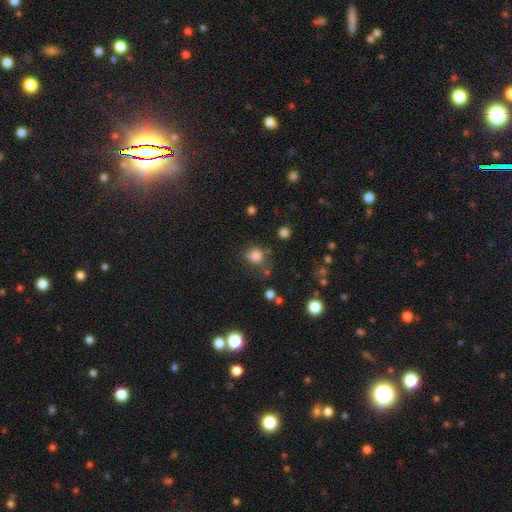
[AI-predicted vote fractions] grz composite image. It shows a smooth galaxy with no disk features (79%) that is round (71%). Merging: none (57%).